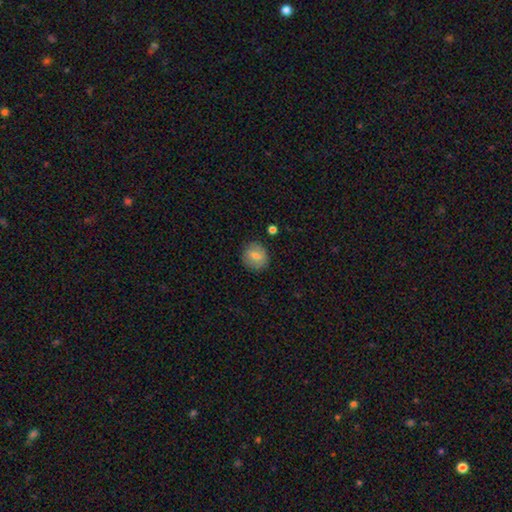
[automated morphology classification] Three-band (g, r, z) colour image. It shows a smooth galaxy with no disk features (72%) that is round (83%). Merging: none (86%).